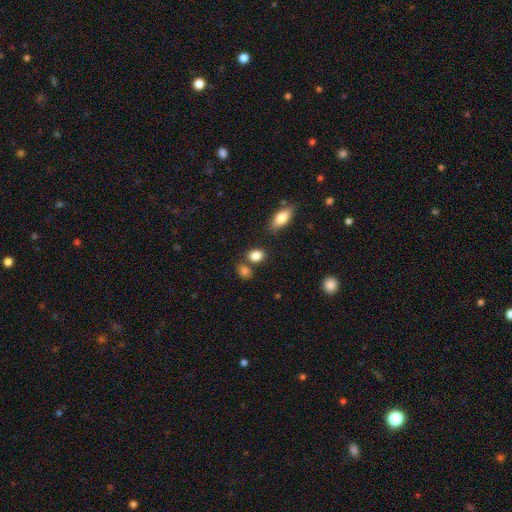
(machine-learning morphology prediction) A smooth galaxy with no disk features (85%) that is in between round and cigar-shaped (59%).

Vote fractions:
- Smooth or featured? smooth: 85% / star or artifact: 10% / featured or disk: 5%
- How rounded? in between: 59% / round: 40% / cigar-shaped: 2%
- Merging? none: 67% / merger: 17% / minor disturbance: 12% / major disturbance: 4%